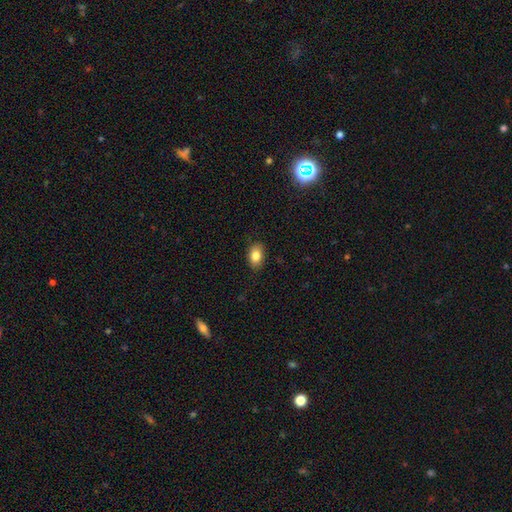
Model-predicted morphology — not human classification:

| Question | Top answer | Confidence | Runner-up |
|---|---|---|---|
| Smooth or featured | smooth | 83% | star or artifact (9%) |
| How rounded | in between | 83% | round (16%) |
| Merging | none | 84% | minor disturbance (12%) |